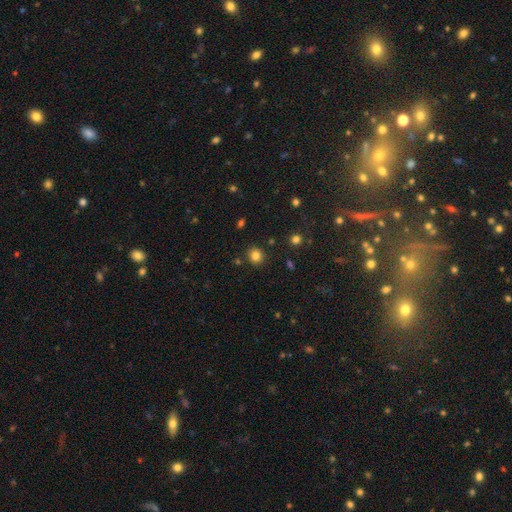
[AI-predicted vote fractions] This appears to be a smooth galaxy with no disk features (81%) that is round (85%). Merging: none (88%).